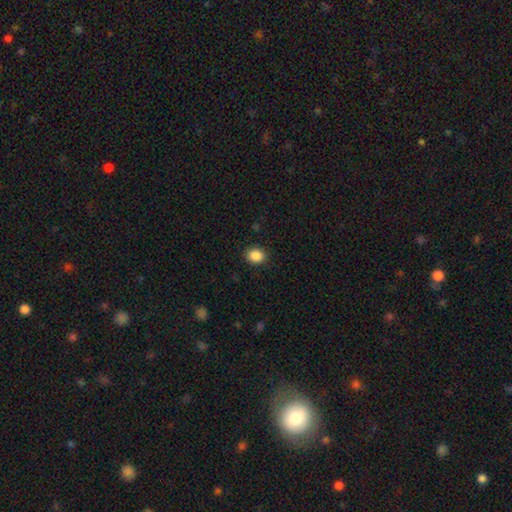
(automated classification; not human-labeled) Q: Smooth or featured?
A: smooth (88%); runner-up: star or artifact (9%)
Q: How rounded?
A: round (55%); runner-up: in between (44%)
Q: Merging?
A: none (89%); runner-up: minor disturbance (7%)